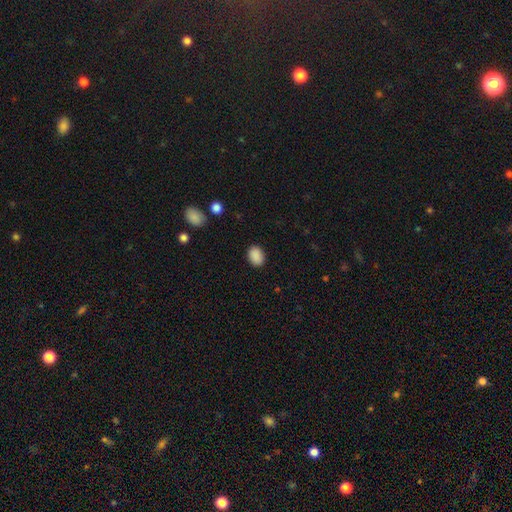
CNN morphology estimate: Smooth or featured?
  - smooth: 89% *
  - star or artifact: 8%
  - featured or disk: 3%
How rounded?
  - in between: 70% *
  - round: 29%
  - cigar-shaped: 1%
Merging?
  - none: 88% *
  - minor disturbance: 9%
  - major disturbance: 2%
  - merger: 1%